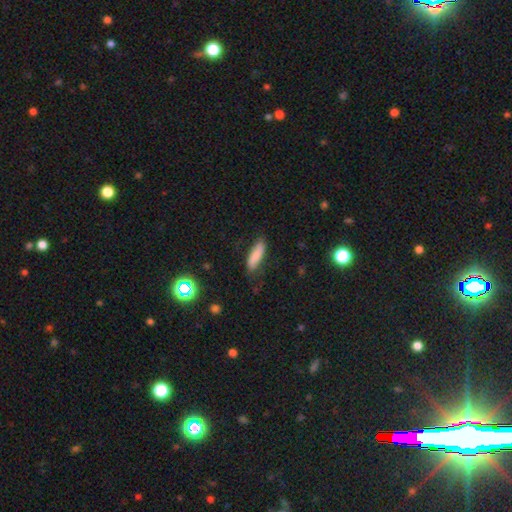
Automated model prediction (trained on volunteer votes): smooth_or_featured: smooth (p=0.79) [alt: featured or disk p=0.13]
how_rounded: cigar-shaped (p=0.53) [alt: in between p=0.45]
merging: none (p=0.73) [alt: minor disturbance p=0.20]